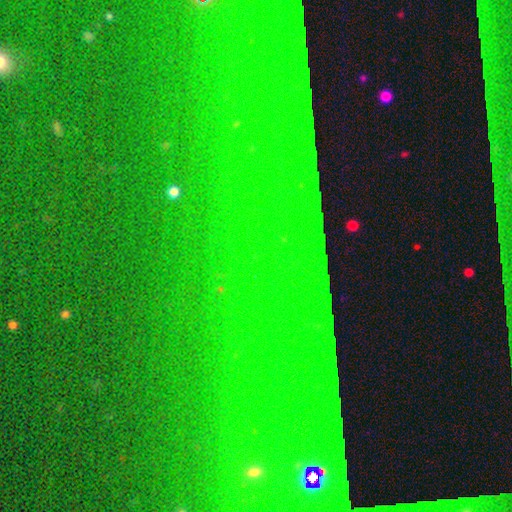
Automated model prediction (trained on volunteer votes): The model was most divided on "smooth or featured": star or artifact: 83%, smooth: 9%, featured or disk: 8%.